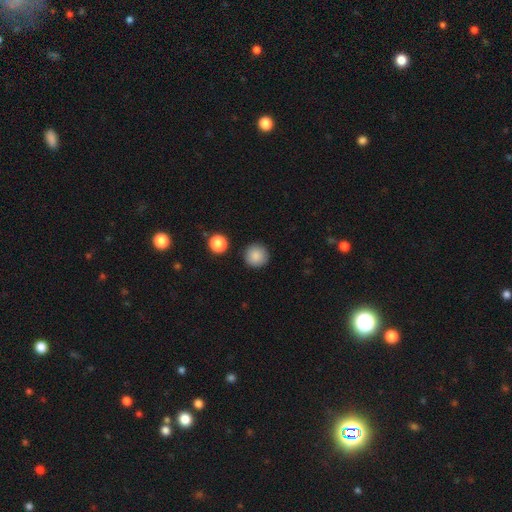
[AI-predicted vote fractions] Smooth or featured? smooth (87%)
How rounded? round (95%)
Merging? none (90%)